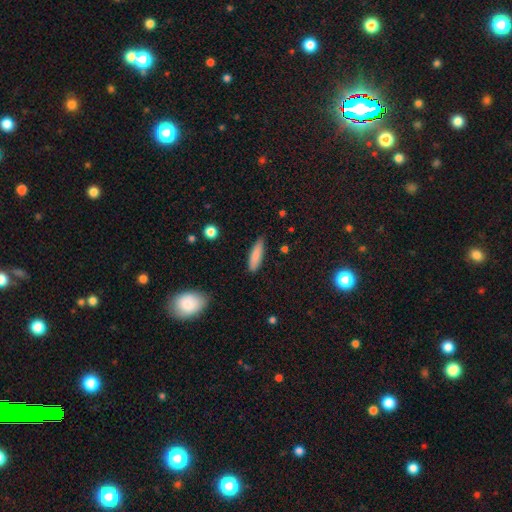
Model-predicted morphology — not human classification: This is clearly a smooth galaxy (83%). How rounded: likely cigar-shaped (61%). Merging: likely none (79%).